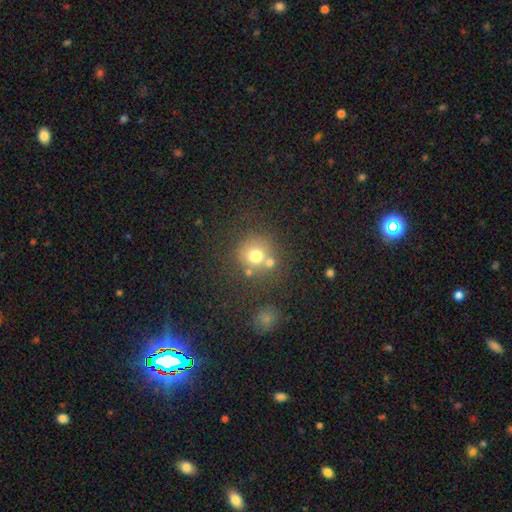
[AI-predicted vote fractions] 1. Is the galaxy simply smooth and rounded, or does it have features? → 71% smooth, 16% star or artifact, 14% featured or disk.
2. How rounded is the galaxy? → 90% round, 9% in between, 1% cigar-shaped.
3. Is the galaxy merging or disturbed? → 60% none, 24% merger, 10% minor disturbance, 6% major disturbance.